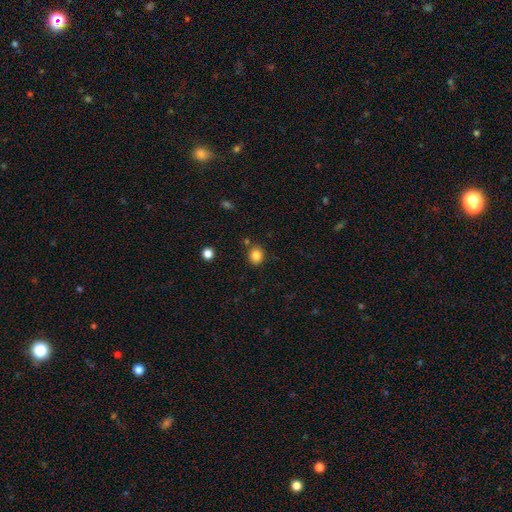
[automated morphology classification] This is clearly a smooth galaxy (85%). How rounded: likely round (67%). Merging: clearly none (80%).